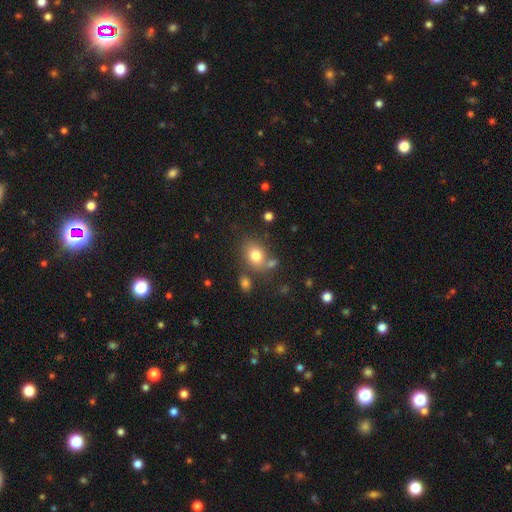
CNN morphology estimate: This appears to be a smooth galaxy with no disk features (78%) that is in between round and cigar-shaped (59%). Merging: none (64%).